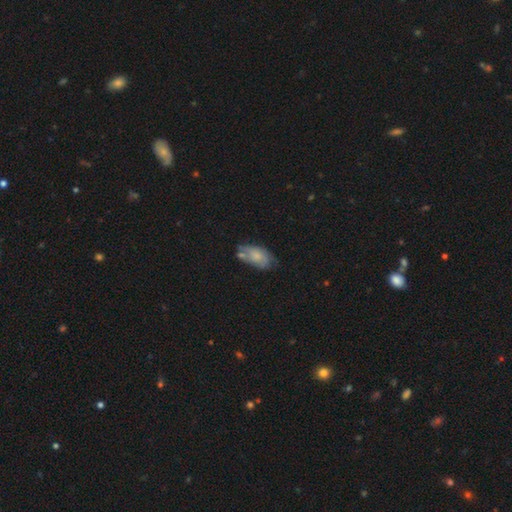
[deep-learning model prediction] smooth_or_featured: smooth (p=0.64) [alt: featured or disk p=0.29]
how_rounded: in between (p=0.91) [alt: cigar-shaped p=0.05]
merging: none (p=0.47) [alt: minor disturbance p=0.29]